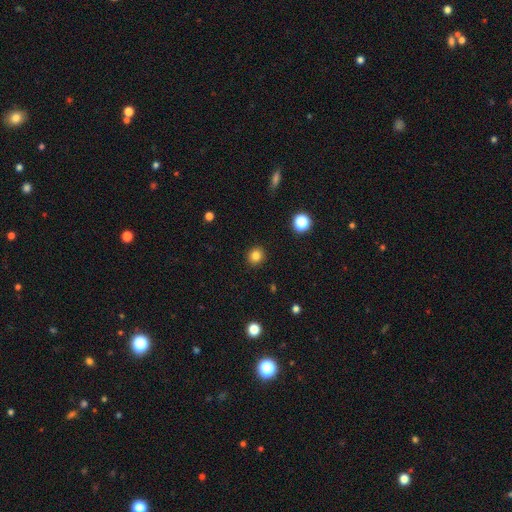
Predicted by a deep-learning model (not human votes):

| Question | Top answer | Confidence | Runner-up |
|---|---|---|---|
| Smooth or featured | smooth | 83% | star or artifact (12%) |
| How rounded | round | 87% | in between (12%) |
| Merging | none | 92% | minor disturbance (5%) |